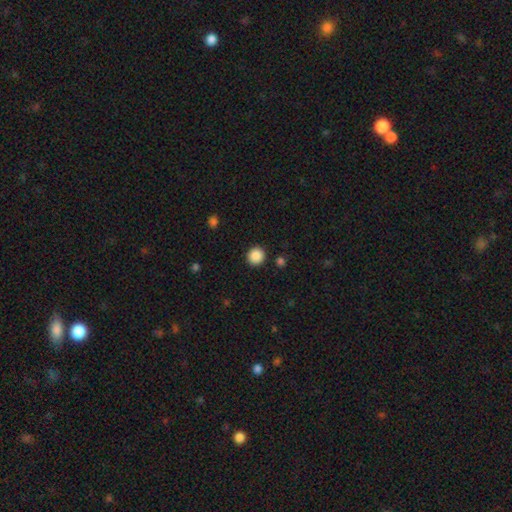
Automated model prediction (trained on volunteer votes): Smooth or featured: smooth — 88% (star or artifact — 9%)
How rounded: round — 94% (in between — 5%)
Merging: none — 91% (minor disturbance — 6%)